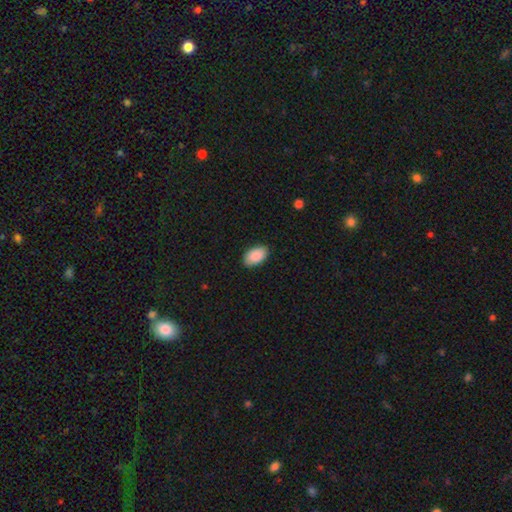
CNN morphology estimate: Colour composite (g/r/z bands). It shows a smooth galaxy with no disk features (90%) that is in between round and cigar-shaped (94%). Merging: none (88%).